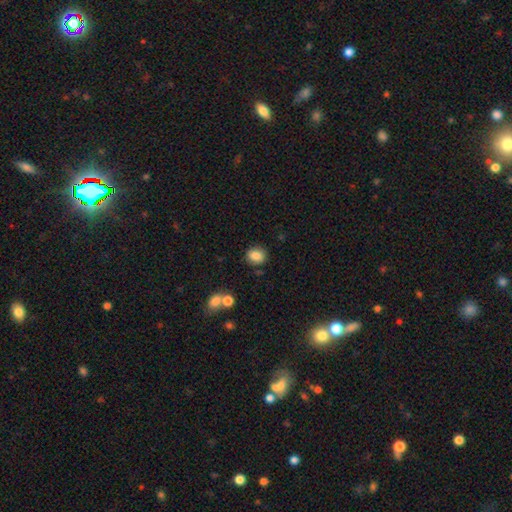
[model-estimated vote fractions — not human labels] A smooth galaxy with no disk features (86%) that is round (62%). Merging: none (82%).